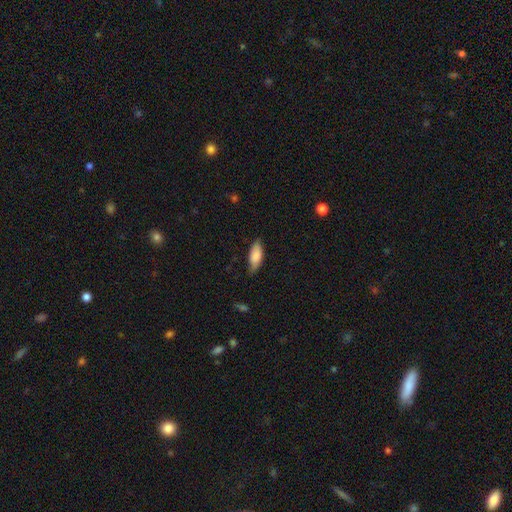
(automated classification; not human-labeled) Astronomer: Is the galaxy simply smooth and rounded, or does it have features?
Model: smooth — 82%.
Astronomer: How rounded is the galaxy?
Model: in between — 78%.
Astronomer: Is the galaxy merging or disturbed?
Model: none — 72%.